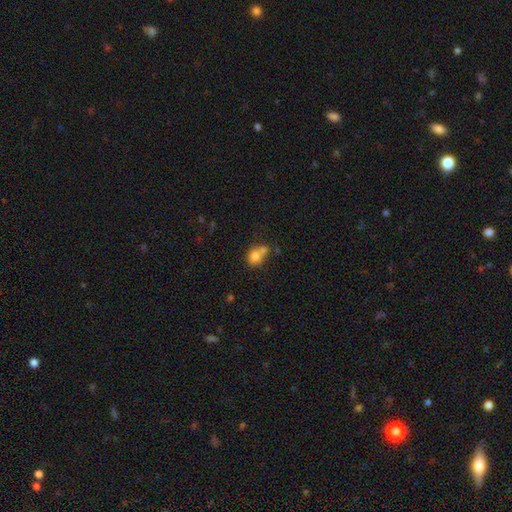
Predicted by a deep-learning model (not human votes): A smooth galaxy with no disk features (77%) that is round (66%). Merging: merger (49%).